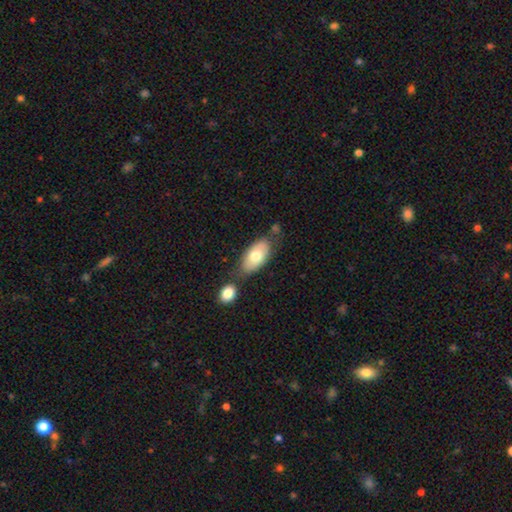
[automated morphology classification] smooth_or_featured: smooth (p=0.72) [alt: featured or disk p=0.22]
how_rounded: in between (p=0.92) [alt: cigar-shaped p=0.04]
merging: none (p=0.58) [alt: merger p=0.21]